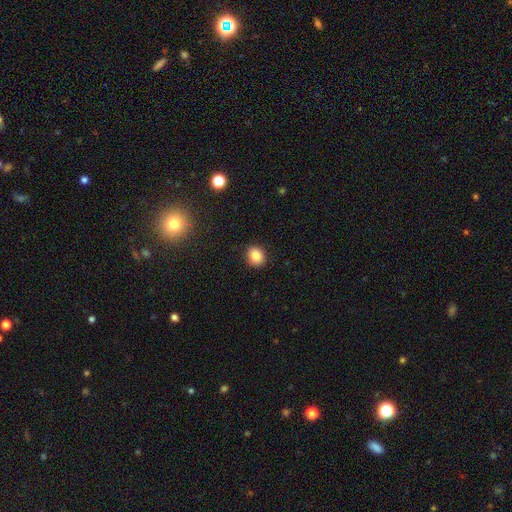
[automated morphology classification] This is clearly a smooth galaxy (85%). How rounded: likely round (73%). Merging: clearly none (89%).